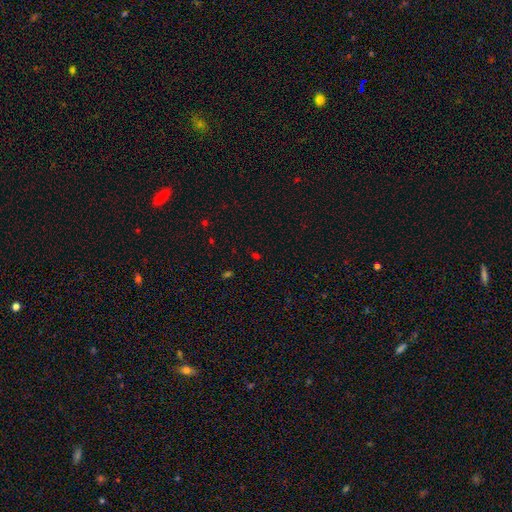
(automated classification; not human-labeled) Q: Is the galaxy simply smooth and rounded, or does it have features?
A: star or artifact — 54%.